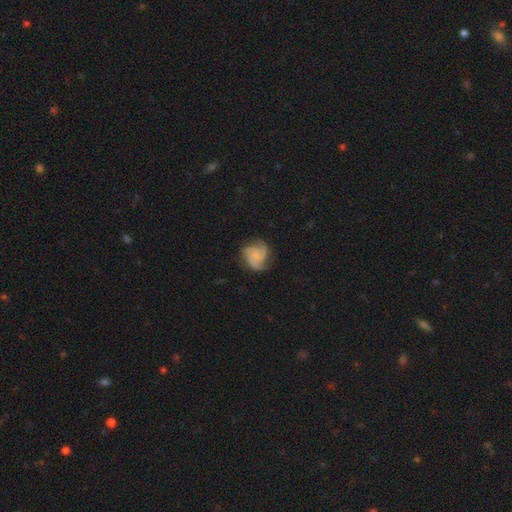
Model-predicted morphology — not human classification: Smooth or featured: featured or disk — 70% (smooth — 22%)
Edge-on disk: no — 98% (yes — 2%)
Bar: no — 75% (weak — 21%)
Spiral arms: yes — 95% (no — 5%)
Spiral winding: medium — 45% (tight — 35%)
Spiral arm count: 3 — 61% (2 — 12%)
Bulge size: none — 55% (small — 30%)
Merging: none — 71% (minor disturbance — 18%)